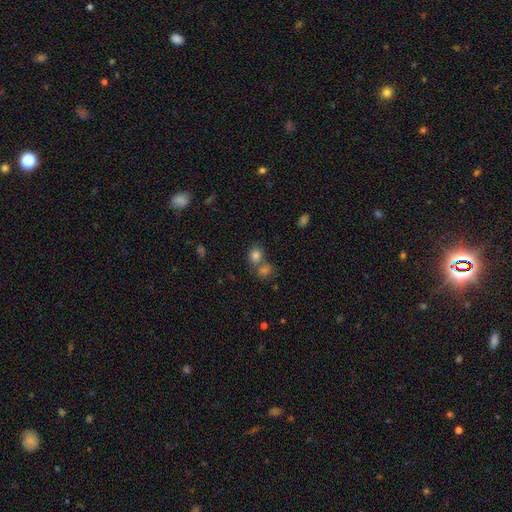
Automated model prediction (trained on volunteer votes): Smooth or featured? smooth (80%)
How rounded? round (65%)
Merging? none (47%)